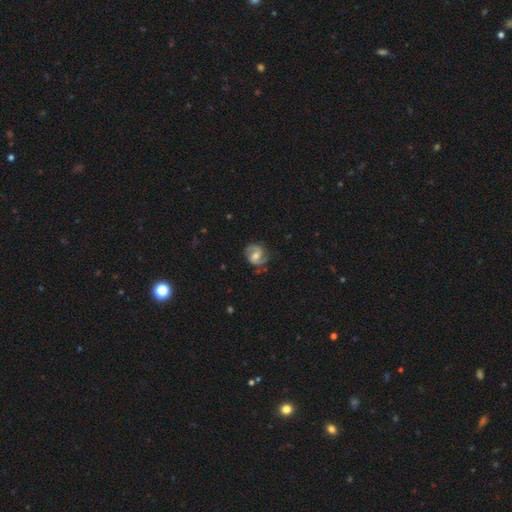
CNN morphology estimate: Smooth or featured? featured or disk (80%)
Edge-on disk? no (98%)
Bar? weak (49%)
Spiral arms? yes (95%)
Spiral winding? medium (52%)
Spiral arm count? 2 (89%)
Bulge size? moderate (61%)
Merging? none (76%)